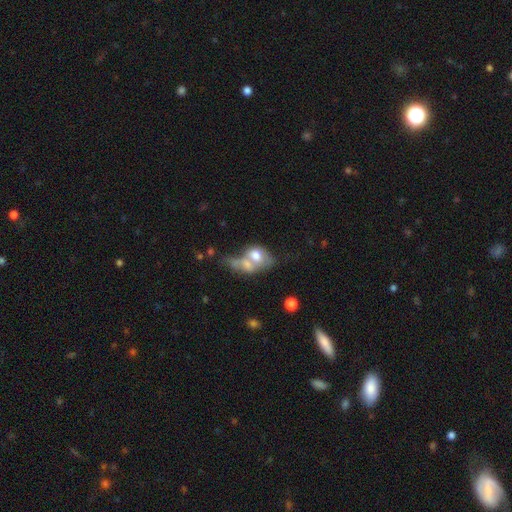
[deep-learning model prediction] Smooth or featured? Predicted: smooth (p=0.62). How rounded? Predicted: in between (p=0.67). Merging? Predicted: merger (p=0.69).